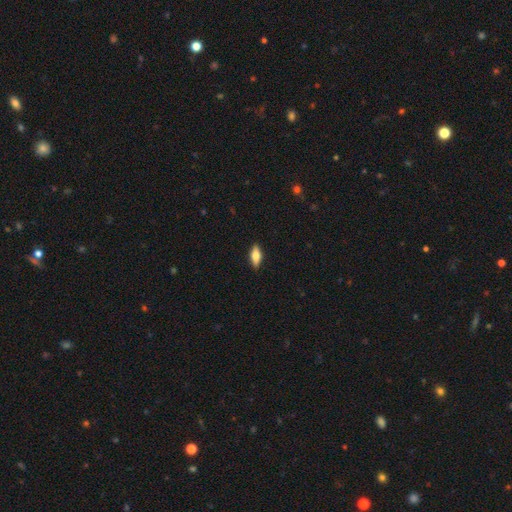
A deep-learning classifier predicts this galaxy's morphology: Overall: smooth (65%; featured or disk 28%). How rounded: in between (69%). Merging: none (89%).